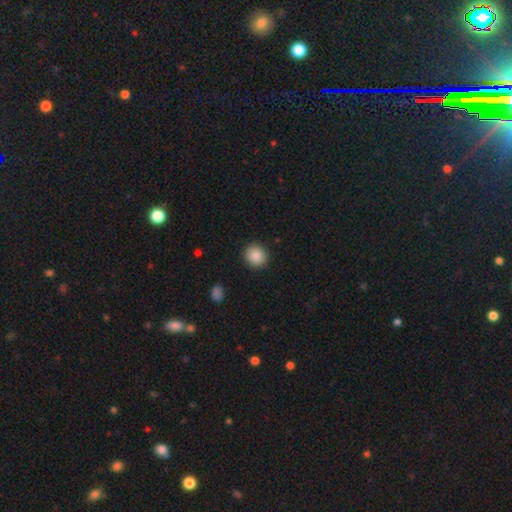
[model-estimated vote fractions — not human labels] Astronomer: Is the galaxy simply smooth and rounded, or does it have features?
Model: smooth — 88%.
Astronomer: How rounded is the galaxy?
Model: round — 82%.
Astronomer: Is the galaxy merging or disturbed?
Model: none — 91%.